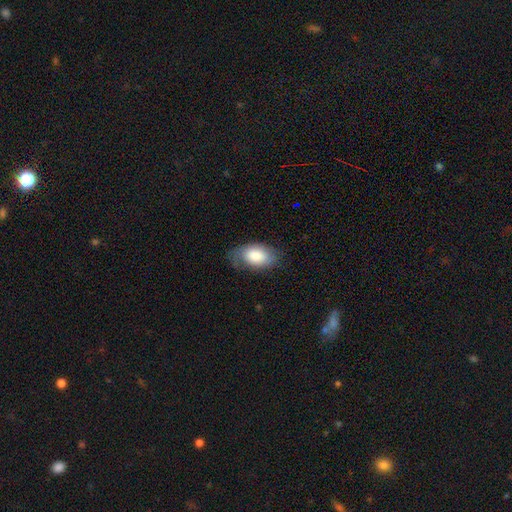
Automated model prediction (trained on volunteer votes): smooth 80%, featured or disk 14%, star or artifact 6%. Down the decision tree: how rounded — in between (93%); merging — none (63%).